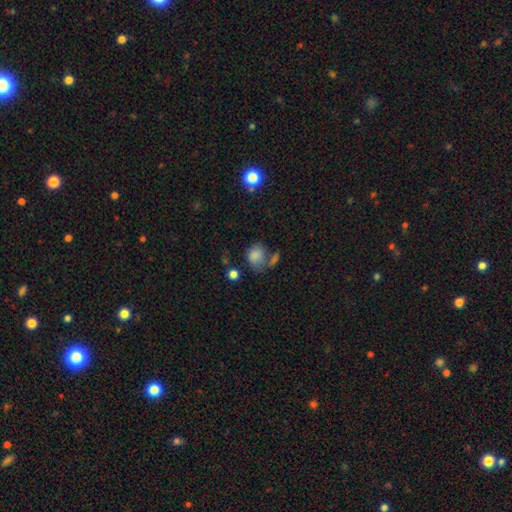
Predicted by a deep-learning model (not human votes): Smooth or featured: smooth — 76% (featured or disk — 14%)
How rounded: round — 50% (in between — 49%)
Merging: none — 36% (minor disturbance — 22%)